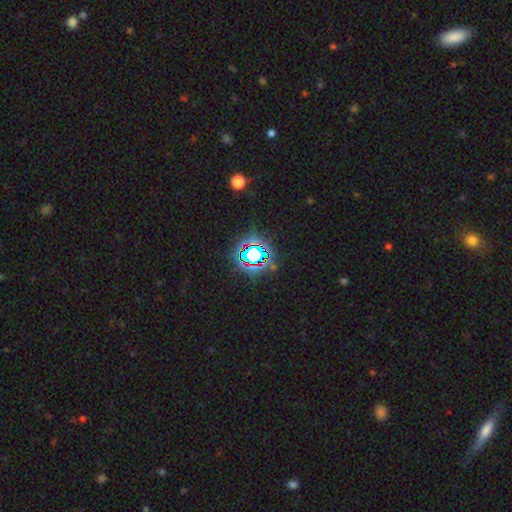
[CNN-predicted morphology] The model was most divided on "smooth or featured": star or artifact: 74%, smooth: 15%, featured or disk: 11%.